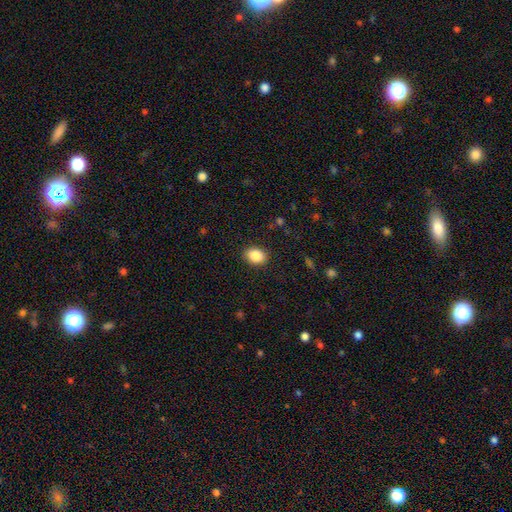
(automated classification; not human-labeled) A smooth galaxy with no disk features (88%) that is in between round and cigar-shaped (66%).

Vote fractions:
- Smooth or featured? smooth: 88% / star or artifact: 8% / featured or disk: 4%
- How rounded? in between: 66% / round: 33% / cigar-shaped: 1%
- Merging? none: 90% / minor disturbance: 7% / major disturbance: 2% / merger: 1%